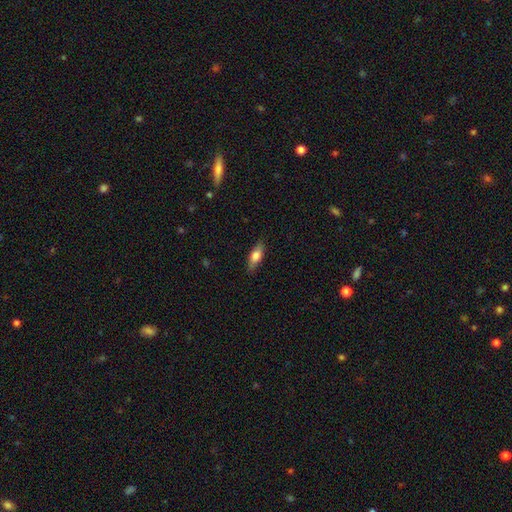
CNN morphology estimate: Overall: smooth (74%). How rounded: in between (73%). Merging: none (83%).